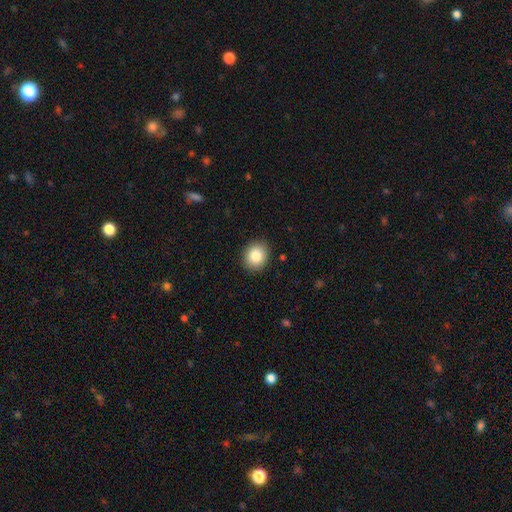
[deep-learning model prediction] Smooth or featured: smooth — 85% (star or artifact — 9%)
How rounded: round — 72% (in between — 27%)
Merging: none — 89% (minor disturbance — 8%)